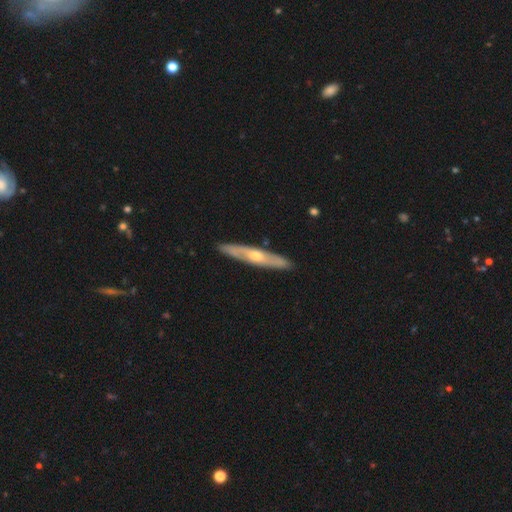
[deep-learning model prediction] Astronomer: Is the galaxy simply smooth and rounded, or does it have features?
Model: featured or disk — 67%.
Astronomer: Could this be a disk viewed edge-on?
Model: yes — 79%.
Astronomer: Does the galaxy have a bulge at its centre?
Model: rounded — 82%.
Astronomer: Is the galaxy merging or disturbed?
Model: none — 89%.